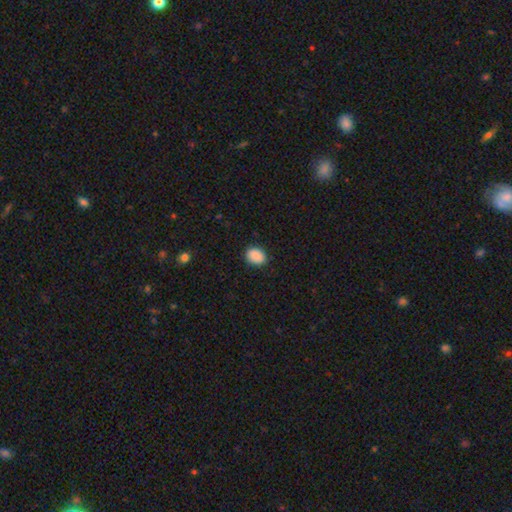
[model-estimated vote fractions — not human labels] A smooth galaxy with no disk features (89%) that is in between round and cigar-shaped (66%).

Vote fractions:
- Smooth or featured? smooth: 89% / star or artifact: 8% / featured or disk: 3%
- How rounded? in between: 66% / round: 33% / cigar-shaped: 1%
- Merging? none: 86% / minor disturbance: 11% / major disturbance: 2% / merger: 1%